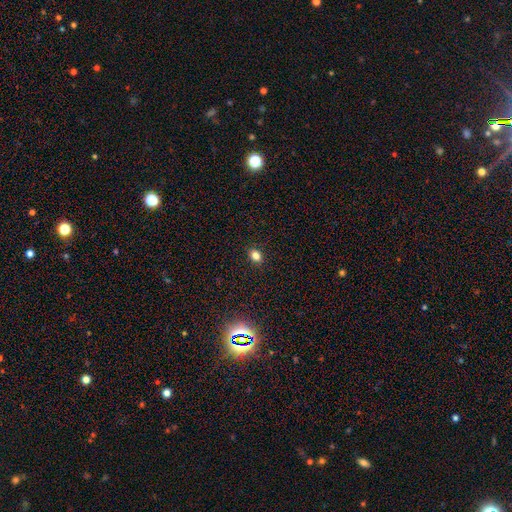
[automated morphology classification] smooth-or-featured: smooth: 80% | star or artifact: 14% | featured or disk: 5%
  how-rounded: in between: 58% | round: 41% | cigar-shaped: 1%
  merging: none: 89% | minor disturbance: 7% | major disturbance: 2% | merger: 1%